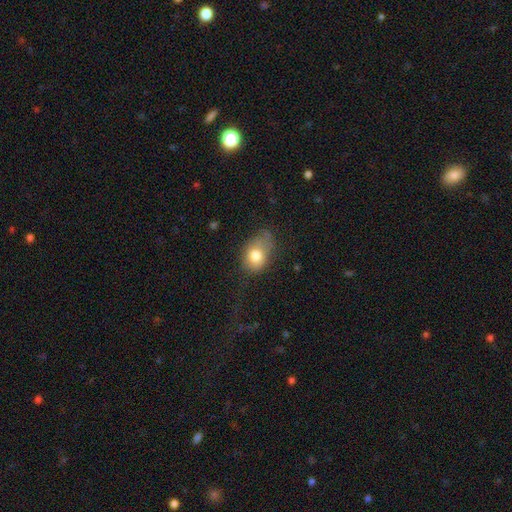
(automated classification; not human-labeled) This appears to be a smooth galaxy with no disk features (78%) that is in between round and cigar-shaped (69%). Merging: minor disturbance (38%).